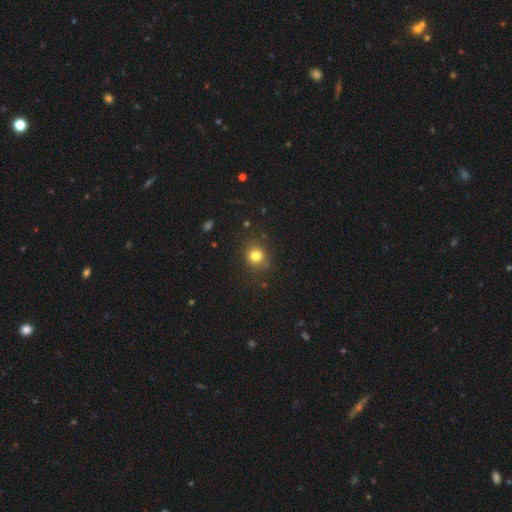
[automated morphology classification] Smooth or featured? Predicted: smooth (p=0.79). How rounded? Predicted: round (p=0.82). Merging? Predicted: none (p=0.81).